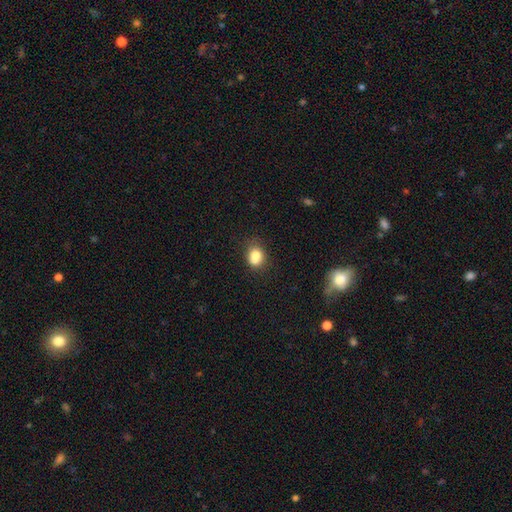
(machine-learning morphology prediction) This appears to be a smooth galaxy with no disk features (79%) that is round (53%). Merging: none (51%).